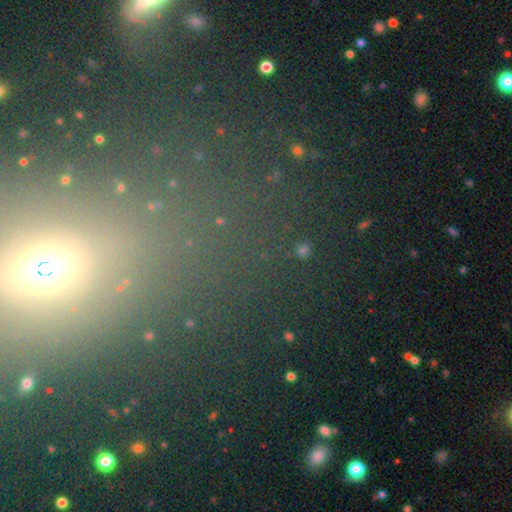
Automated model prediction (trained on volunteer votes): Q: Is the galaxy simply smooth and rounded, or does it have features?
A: star or artifact — 66%.